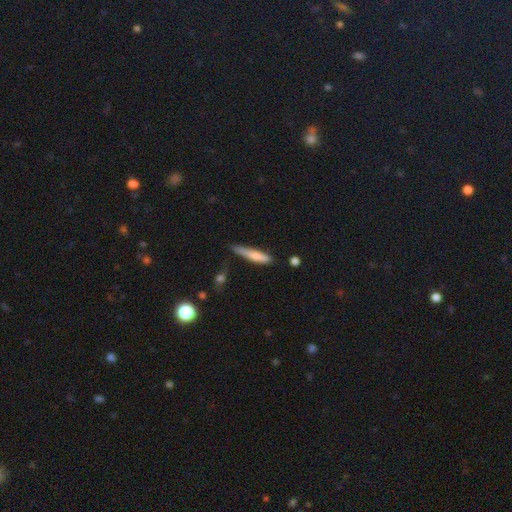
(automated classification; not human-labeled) smooth-or-featured: smooth: 71% | featured or disk: 24% | star or artifact: 6%
  how-rounded: cigar-shaped: 87% | in between: 11% | round: 2%
  merging: none: 61% | minor disturbance: 28% | major disturbance: 6% | merger: 4%